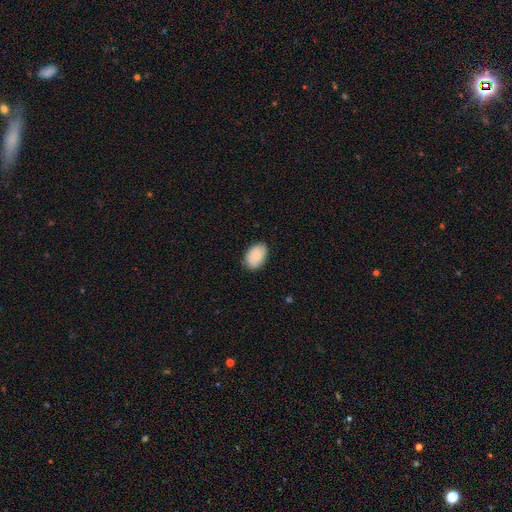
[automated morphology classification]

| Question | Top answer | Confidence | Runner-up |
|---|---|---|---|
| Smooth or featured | smooth | 82% | featured or disk (12%) |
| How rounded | in between | 88% | round (11%) |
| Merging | none | 82% | minor disturbance (15%) |